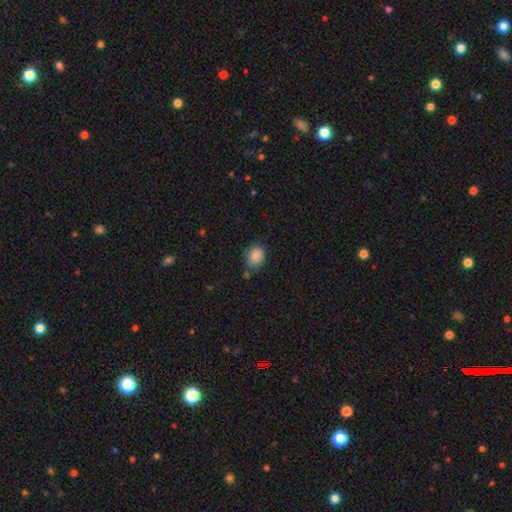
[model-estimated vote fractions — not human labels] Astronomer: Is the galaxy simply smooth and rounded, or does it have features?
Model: smooth — 87%.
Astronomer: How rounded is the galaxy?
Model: round — 61% (runner-up: in between, 38%).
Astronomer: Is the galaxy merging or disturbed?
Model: none — 72%.